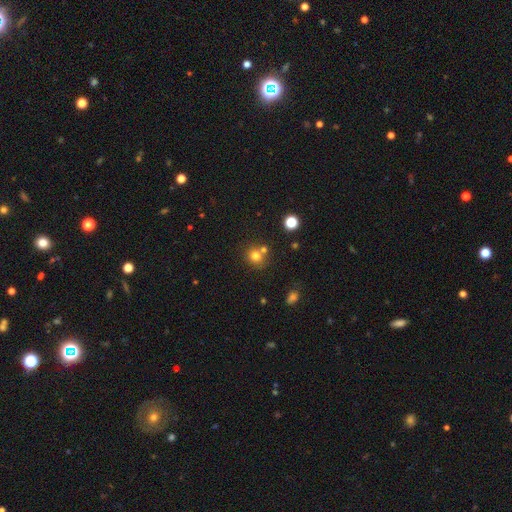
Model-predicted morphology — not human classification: smooth_or_featured: smooth (p=0.75) [alt: star or artifact p=0.15]
how_rounded: round (p=0.85) [alt: in between p=0.14]
merging: none (p=0.59) [alt: merger p=0.29]